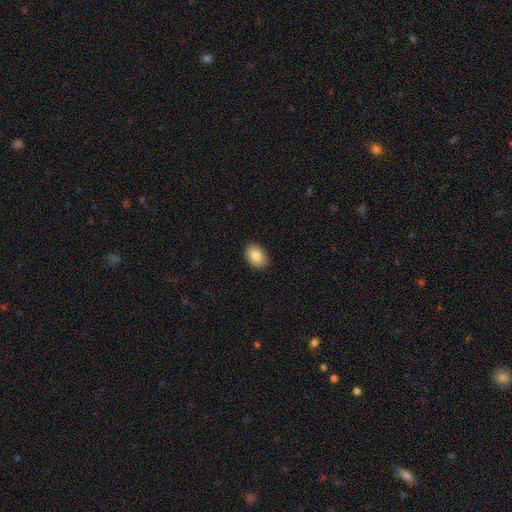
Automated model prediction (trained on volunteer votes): Q: Smooth or featured?
A: smooth (83%); runner-up: featured or disk (9%)
Q: How rounded?
A: in between (80%); runner-up: round (19%)
Q: Merging?
A: none (90%); runner-up: minor disturbance (7%)